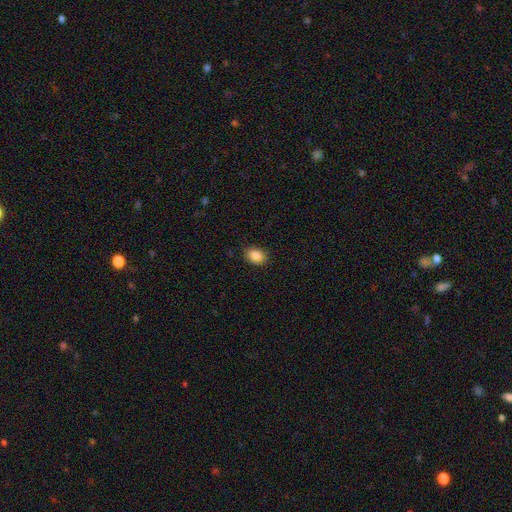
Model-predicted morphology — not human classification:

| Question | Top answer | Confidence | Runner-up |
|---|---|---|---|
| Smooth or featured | smooth | 87% | star or artifact (8%) |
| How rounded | in between | 74% | round (25%) |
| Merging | none | 88% | minor disturbance (9%) |